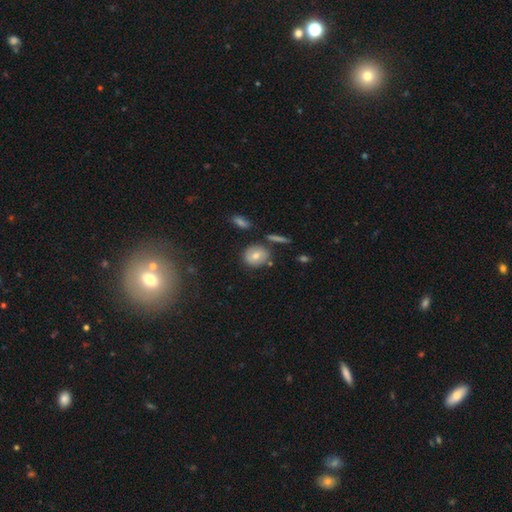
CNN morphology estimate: type=smooth (71%); roundness=round (72%); merging=none (77%).